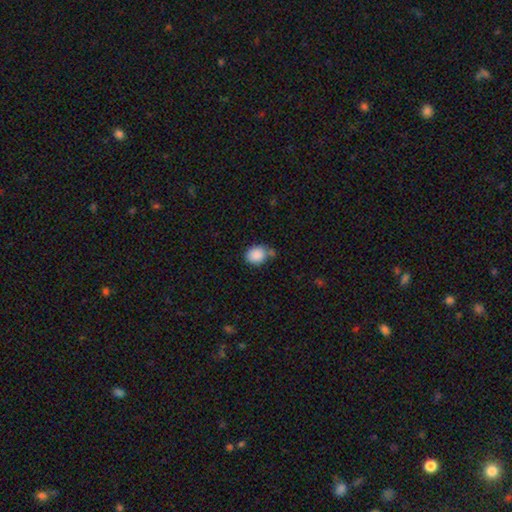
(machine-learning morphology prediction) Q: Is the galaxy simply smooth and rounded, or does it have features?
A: smooth — 88%.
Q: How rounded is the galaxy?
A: round — 63%.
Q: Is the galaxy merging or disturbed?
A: none — 65%.